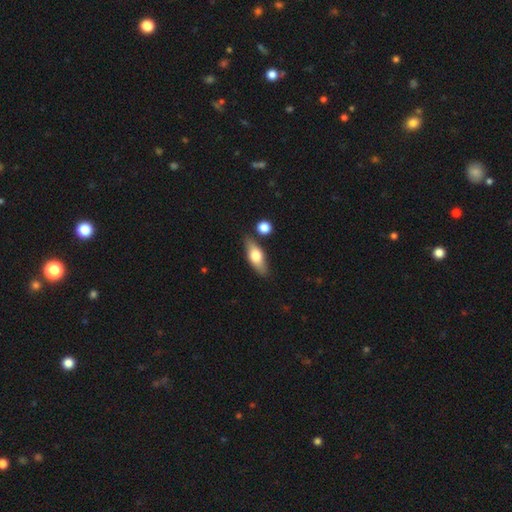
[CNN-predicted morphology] smooth_or_featured: smooth (p=0.60) [alt: featured or disk p=0.34]
how_rounded: in between (p=0.64) [alt: cigar-shaped p=0.31]
merging: none (p=0.80) [alt: minor disturbance p=0.11]